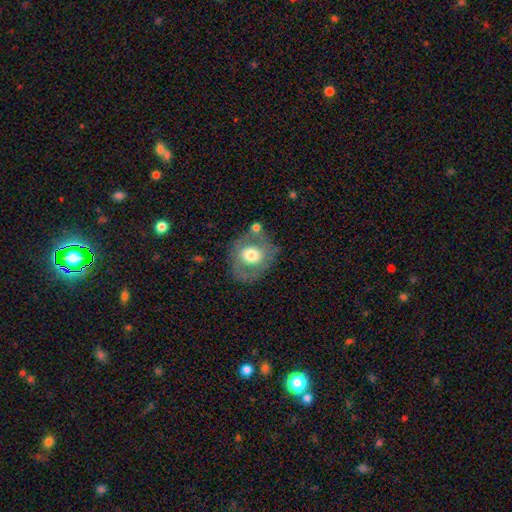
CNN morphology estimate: featured or disk 47%, smooth 37%, star or artifact 15%. Down the decision tree: merging — none (73%).